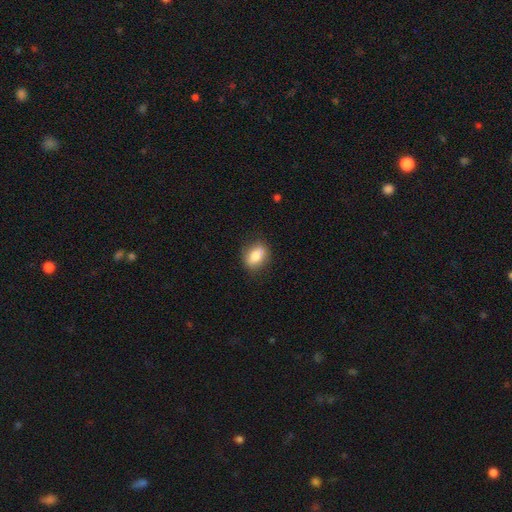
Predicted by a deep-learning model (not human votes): This is likely a smooth galaxy (78%). How rounded: likely in between (75%). Merging: clearly none (82%).